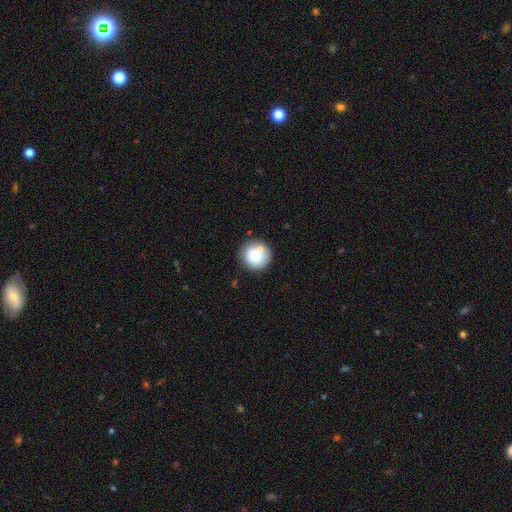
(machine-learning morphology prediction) smooth-or-featured: smooth: 76% | featured or disk: 15% | star or artifact: 9%
  how-rounded: round: 90% | in between: 10% | cigar-shaped: 1%
  merging: none: 69% | merger: 16% | minor disturbance: 12% | major disturbance: 4%